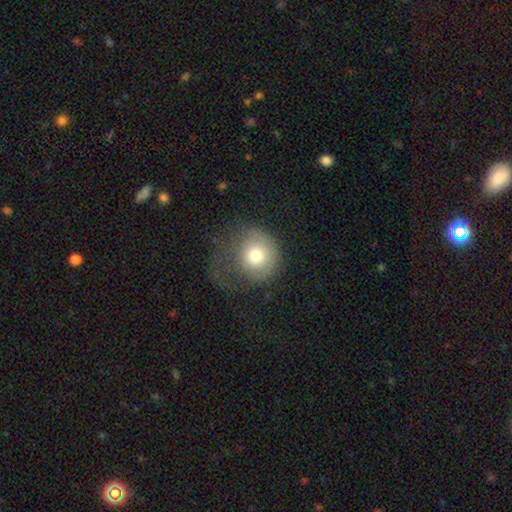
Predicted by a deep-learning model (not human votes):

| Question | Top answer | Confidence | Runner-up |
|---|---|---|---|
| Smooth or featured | smooth | 71% | featured or disk (20%) |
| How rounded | round | 85% | in between (14%) |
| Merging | none | 38% | major disturbance (37%) |